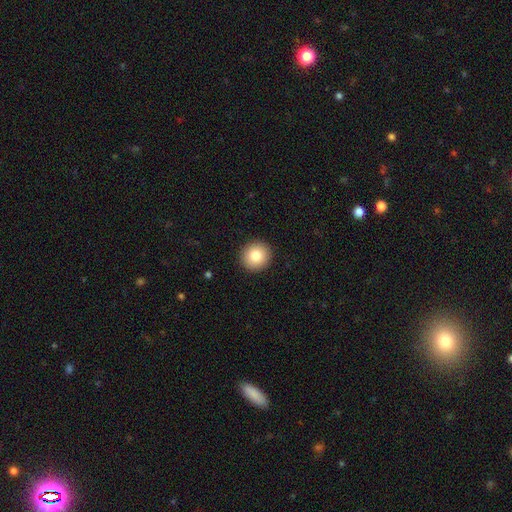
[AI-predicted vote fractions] A smooth galaxy with no disk features (84%) that is round (92%).

Vote fractions:
- Smooth or featured? smooth: 84% / star or artifact: 9% / featured or disk: 8%
- How rounded? round: 92% / in between: 7% / cigar-shaped: 1%
- Merging? none: 93% / minor disturbance: 5% / major disturbance: 2% / merger: 1%